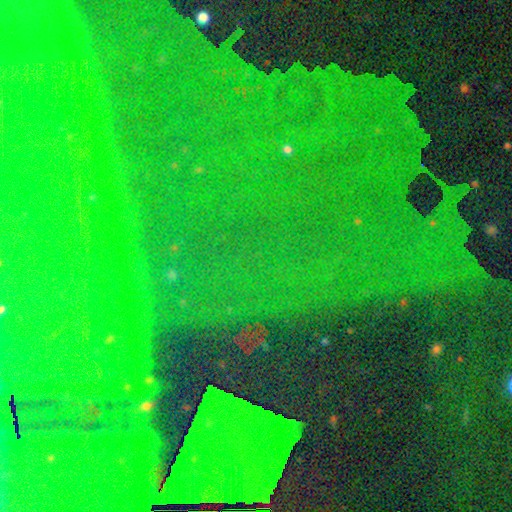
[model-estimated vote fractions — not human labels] Overall: star or artifact (84%).